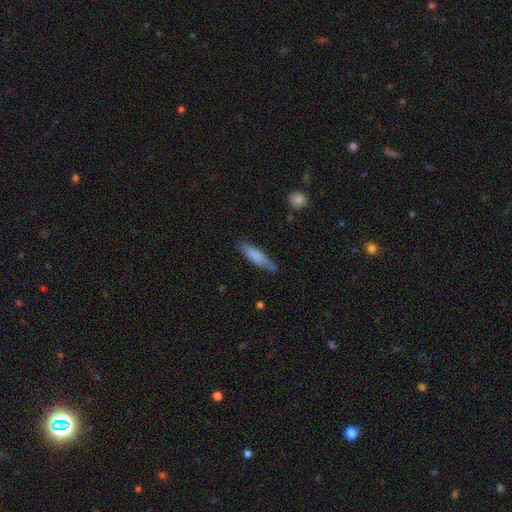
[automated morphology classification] Smooth or featured? smooth (76%)
How rounded? cigar-shaped (74%)
Merging? none (76%)